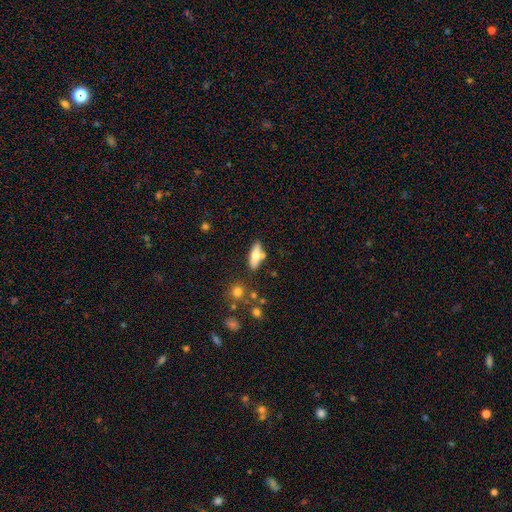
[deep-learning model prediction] This appears to be a smooth galaxy with no disk features (66%) that is in between round and cigar-shaped (64%). Merging: none (70%).